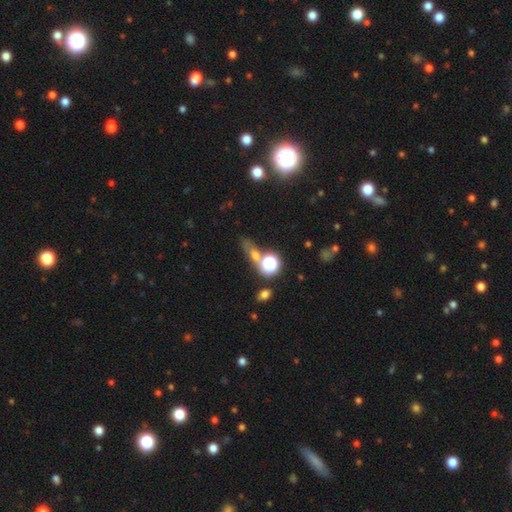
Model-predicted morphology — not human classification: The model was most divided on "smooth or featured": smooth: 49%, star or artifact: 36%, featured or disk: 15%. More confident: merging — none (52%).